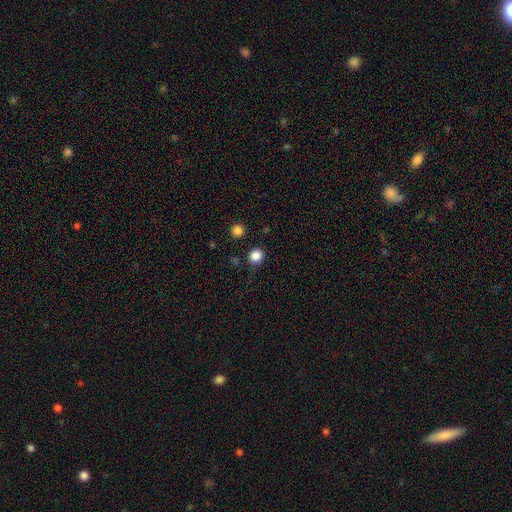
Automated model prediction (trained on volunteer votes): smooth_or_featured: smooth (p=0.85) [alt: star or artifact p=0.12]
how_rounded: round (p=0.84) [alt: in between p=0.15]
merging: none (p=0.87) [alt: minor disturbance p=0.08]